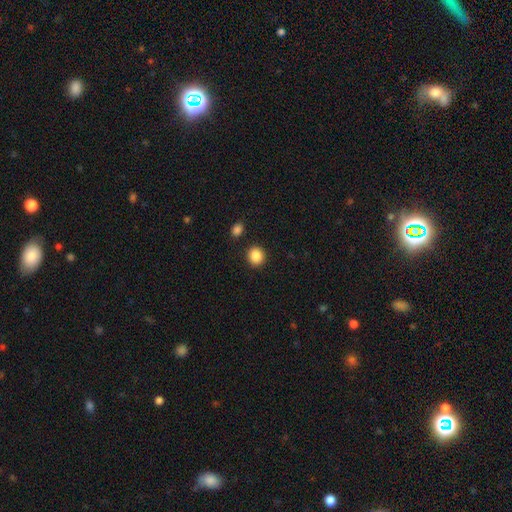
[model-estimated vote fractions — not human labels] Overall: smooth (88%). How rounded: round (82%). Merging: none (88%).